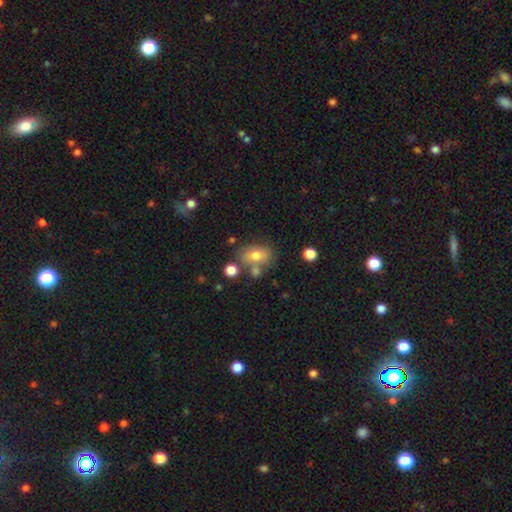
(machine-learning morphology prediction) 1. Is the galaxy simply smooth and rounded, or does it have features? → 70% smooth, 19% featured or disk, 10% star or artifact.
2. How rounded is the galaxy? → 74% in between, 25% round, 2% cigar-shaped.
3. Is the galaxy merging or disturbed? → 59% none, 18% merger, 17% minor disturbance, 6% major disturbance.